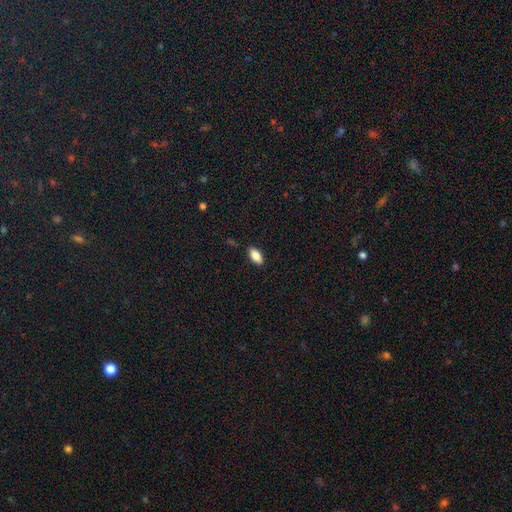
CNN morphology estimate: Smooth or featured?
  - smooth: 86% *
  - star or artifact: 7%
  - featured or disk: 7%
How rounded?
  - in between: 90% *
  - cigar-shaped: 8%
  - round: 3%
Merging?
  - none: 86% *
  - minor disturbance: 11%
  - major disturbance: 2%
  - merger: 1%